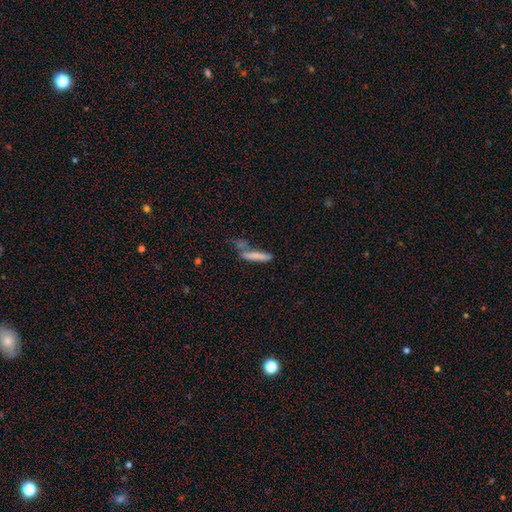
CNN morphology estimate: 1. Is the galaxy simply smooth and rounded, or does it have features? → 75% smooth, 16% featured or disk, 8% star or artifact.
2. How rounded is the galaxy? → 87% cigar-shaped, 12% in between, 2% round.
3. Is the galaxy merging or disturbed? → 48% none, 23% merger, 18% minor disturbance, 10% major disturbance.